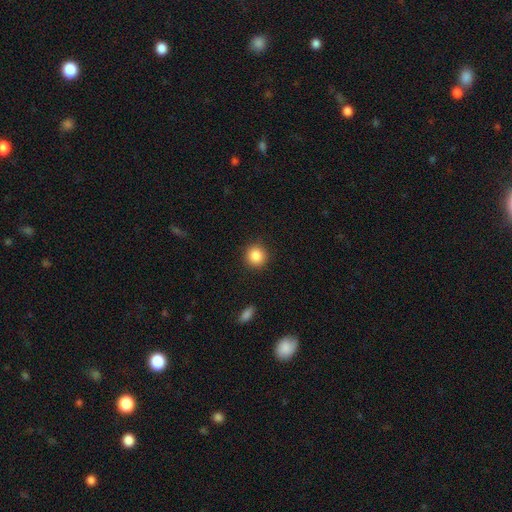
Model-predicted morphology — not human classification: This appears to be a smooth galaxy with no disk features (87%) that is round (92%). Merging: none (90%).